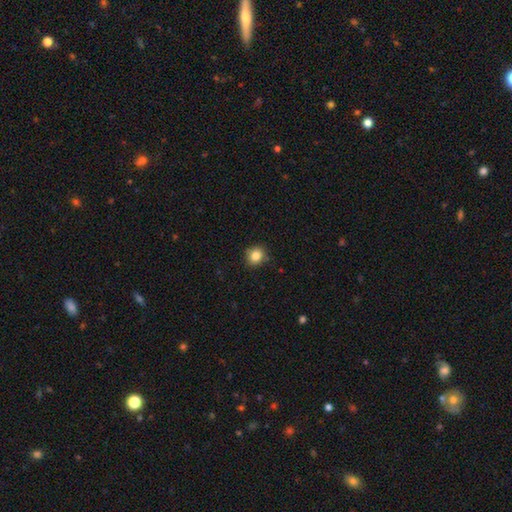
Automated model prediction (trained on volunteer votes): Q: Smooth or featured?
A: smooth (84%); runner-up: star or artifact (11%)
Q: How rounded?
A: round (83%); runner-up: in between (16%)
Q: Merging?
A: none (86%); runner-up: minor disturbance (10%)